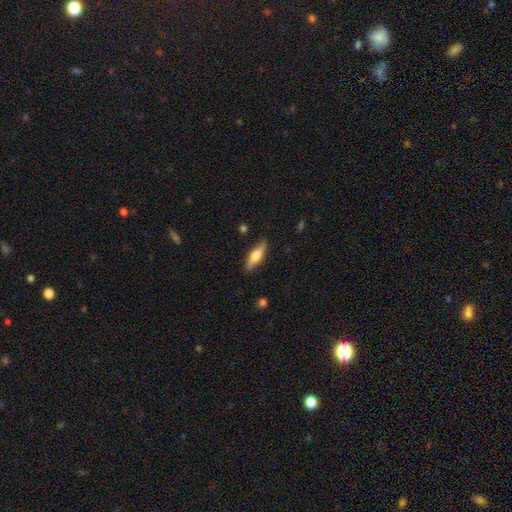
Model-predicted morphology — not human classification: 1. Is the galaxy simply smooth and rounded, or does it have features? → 55% smooth, 39% featured or disk, 6% star or artifact.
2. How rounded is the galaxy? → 50% cigar-shaped, 47% in between, 3% round.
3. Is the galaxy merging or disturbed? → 84% none, 12% minor disturbance, 2% major disturbance, 1% merger.